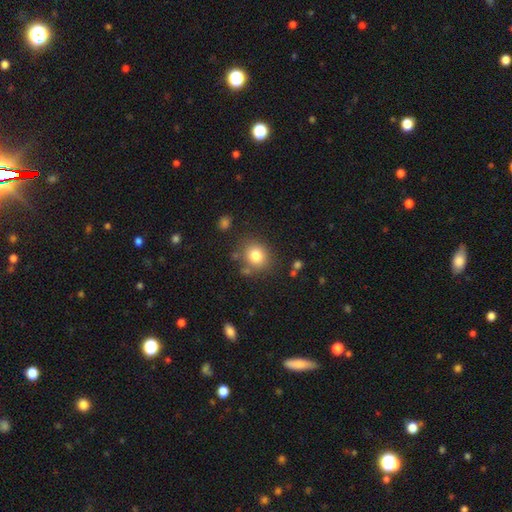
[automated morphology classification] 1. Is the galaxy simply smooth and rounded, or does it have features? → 80% smooth, 12% star or artifact, 8% featured or disk.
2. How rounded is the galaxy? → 80% round, 19% in between, 1% cigar-shaped.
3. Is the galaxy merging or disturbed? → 79% none, 11% minor disturbance, 6% merger, 4% major disturbance.